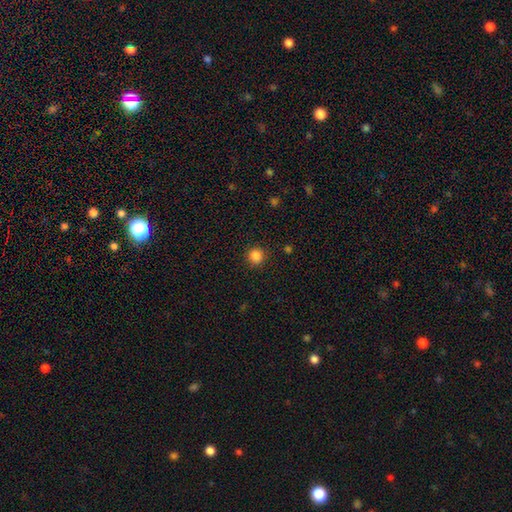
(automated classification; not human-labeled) smooth-or-featured: smooth: 85% | star or artifact: 11% | featured or disk: 3%
  how-rounded: round: 93% | in between: 6% | cigar-shaped: 1%
  merging: none: 90% | minor disturbance: 7% | major disturbance: 2% | merger: 1%